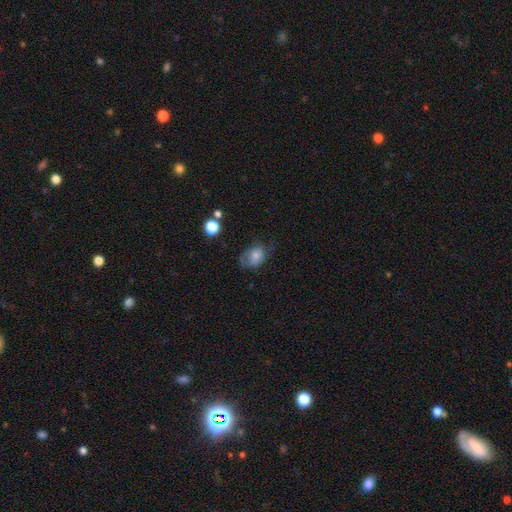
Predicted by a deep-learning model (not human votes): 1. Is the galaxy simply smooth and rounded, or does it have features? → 65% smooth, 26% featured or disk, 9% star or artifact.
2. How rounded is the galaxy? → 74% in between, 25% round, 1% cigar-shaped.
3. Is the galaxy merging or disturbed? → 44% none, 31% minor disturbance, 23% major disturbance, 2% merger.